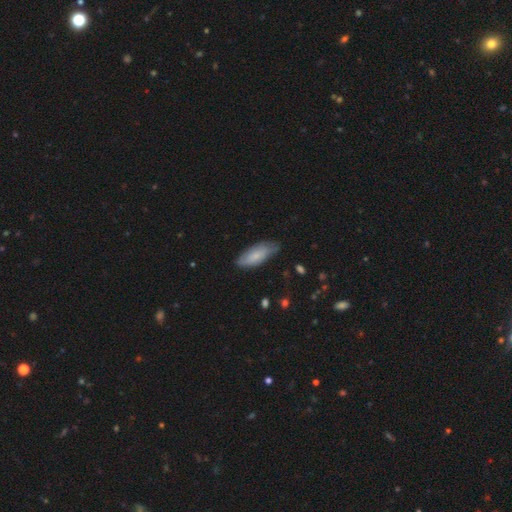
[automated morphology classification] A smooth galaxy with no disk features (71%) that is in between round and cigar-shaped (78%).

Vote fractions:
- Smooth or featured? smooth: 71% / featured or disk: 23% / star or artifact: 6%
- How rounded? in between: 78% / cigar-shaped: 21% / round: 2%
- Merging? none: 65% / minor disturbance: 29% / major disturbance: 5% / merger: 1%